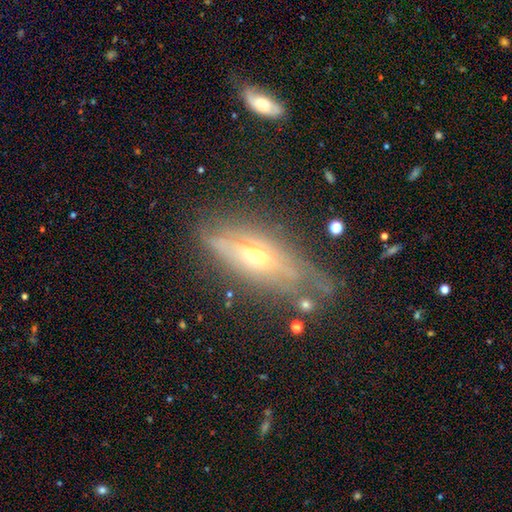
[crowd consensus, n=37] Smooth or featured?
  - featured or disk: 73% *
  - smooth: 19%
  - star or artifact: 8%
Edge-on disk?
  - yes: 52% *
  - no: 48%
Edge-on bulge?
  - rounded: 71% *
  - none: 29%
  - boxy: 0%
Merging?
  - none: 56% *
  - minor disturbance: 29%
  - major disturbance: 12%
  - merger: 3%